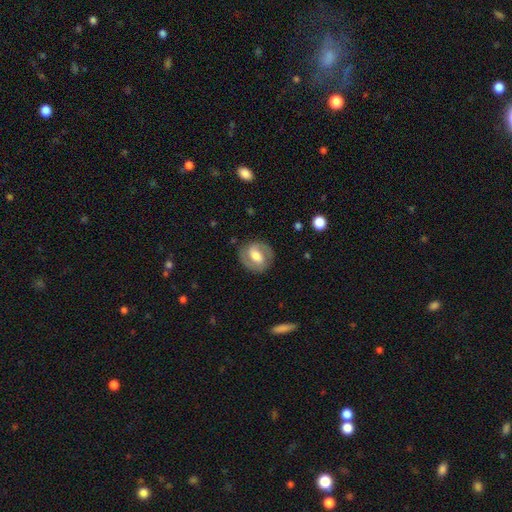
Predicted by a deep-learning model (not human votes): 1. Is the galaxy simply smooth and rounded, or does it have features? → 69% featured or disk, 26% smooth, 6% star or artifact.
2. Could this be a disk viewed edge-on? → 96% no, 4% yes.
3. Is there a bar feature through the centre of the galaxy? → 42% weak, 39% strong, 19% no.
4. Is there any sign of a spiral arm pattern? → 83% yes, 17% no.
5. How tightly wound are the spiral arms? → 46% medium, 40% tight, 14% loose.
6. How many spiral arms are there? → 87% 2, 7% can't tell, 3% 1, 1% 3, 1% 4, 1% more than 4.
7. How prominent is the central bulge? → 55% moderate, 23% large, 17% small, 3% none, 2% dominant.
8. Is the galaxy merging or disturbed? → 82% none, 12% minor disturbance, 5% major disturbance, 1% merger.